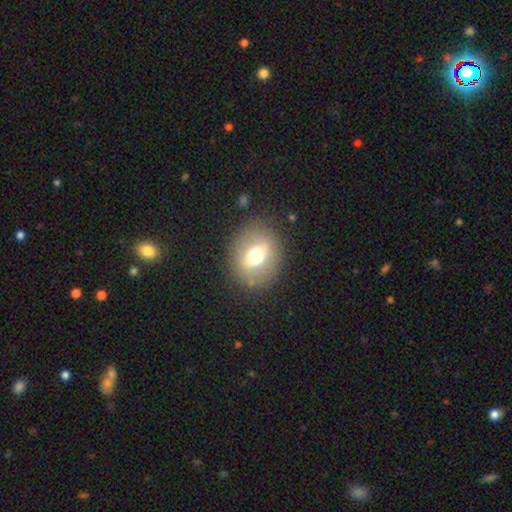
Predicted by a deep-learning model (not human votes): The model was most divided on "smooth or featured": smooth: 59%, featured or disk: 29%, star or artifact: 12%. More confident: merging — none (83%); how rounded — round (66%).